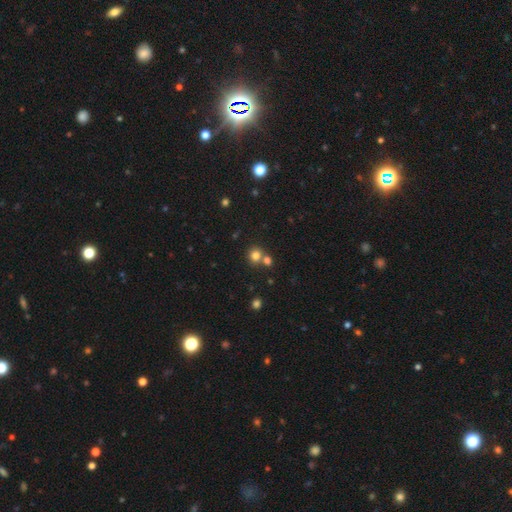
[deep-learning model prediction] Smooth or featured? smooth (78%)
How rounded? round (87%)
Merging? none (58%)